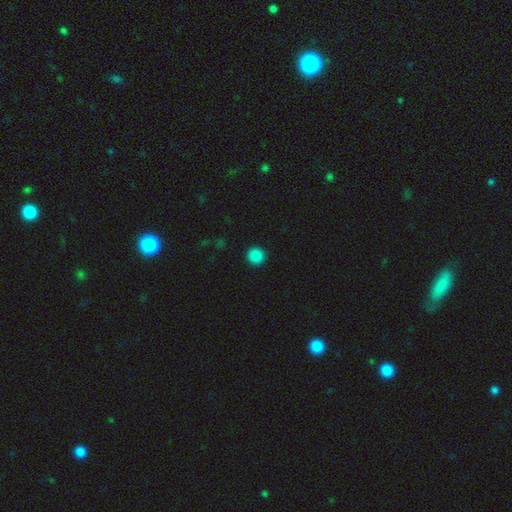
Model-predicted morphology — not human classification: A smooth galaxy with no disk features (87%) that is round (95%).

Vote fractions:
- Smooth or featured? smooth: 87% / star or artifact: 11% / featured or disk: 3%
- How rounded? round: 95% / in between: 4% / cigar-shaped: 1%
- Merging? none: 93% / minor disturbance: 4% / major disturbance: 2% / merger: 1%